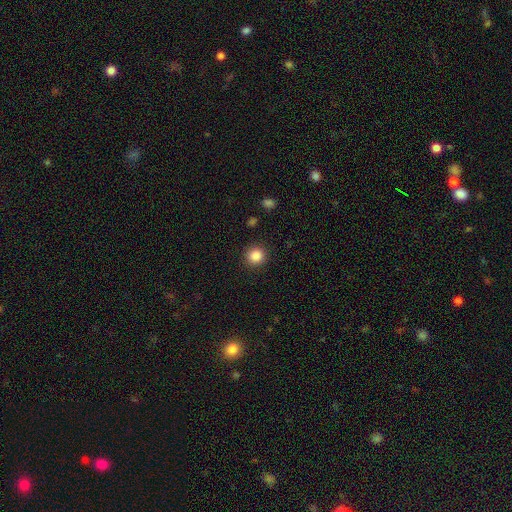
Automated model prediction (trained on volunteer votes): This appears to be a smooth galaxy with no disk features (86%) that is round (93%). Merging: none (90%).